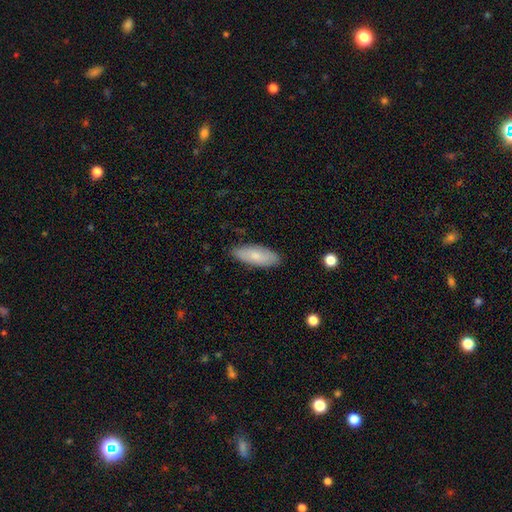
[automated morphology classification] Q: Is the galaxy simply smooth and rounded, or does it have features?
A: smooth — 77%.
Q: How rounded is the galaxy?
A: in between — 75%.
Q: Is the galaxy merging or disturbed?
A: none — 84%.